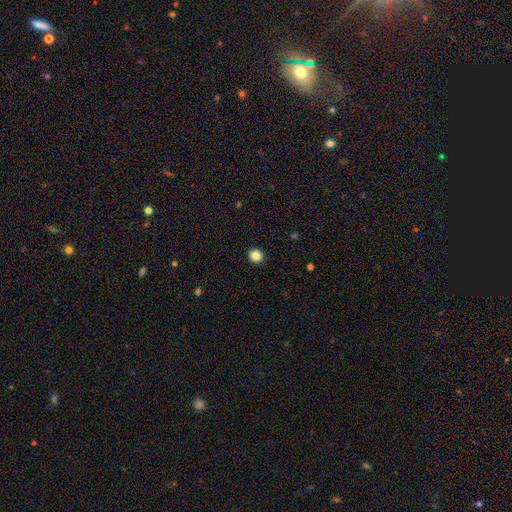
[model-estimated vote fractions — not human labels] A smooth galaxy with no disk features (85%) that is round (90%).

Vote fractions:
- Smooth or featured? smooth: 85% / star or artifact: 11% / featured or disk: 4%
- How rounded? round: 90% / in between: 9% / cigar-shaped: 1%
- Merging? none: 93% / minor disturbance: 4% / major disturbance: 1% / merger: 1%